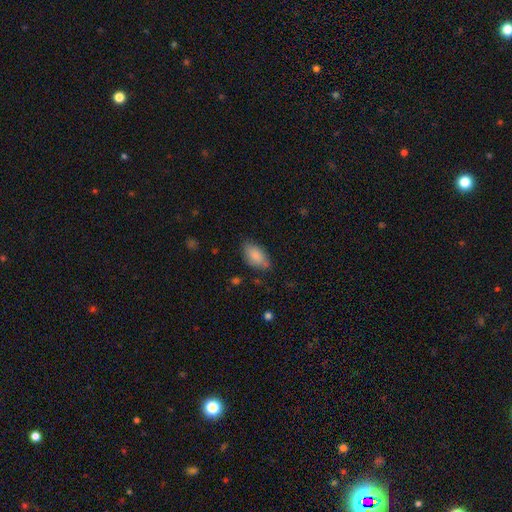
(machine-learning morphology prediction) Smooth or featured? Predicted: smooth (p=0.85). How rounded? Predicted: in between (p=0.93). Merging? Predicted: none (p=0.72).